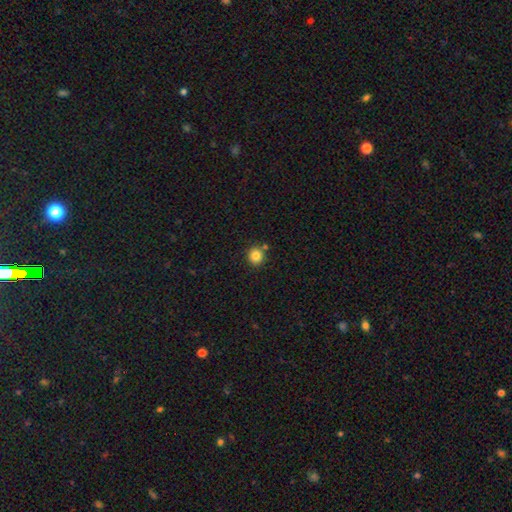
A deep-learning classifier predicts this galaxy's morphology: This appears to be a smooth galaxy with no disk features (83%) that is round (87%). Merging: none (80%).